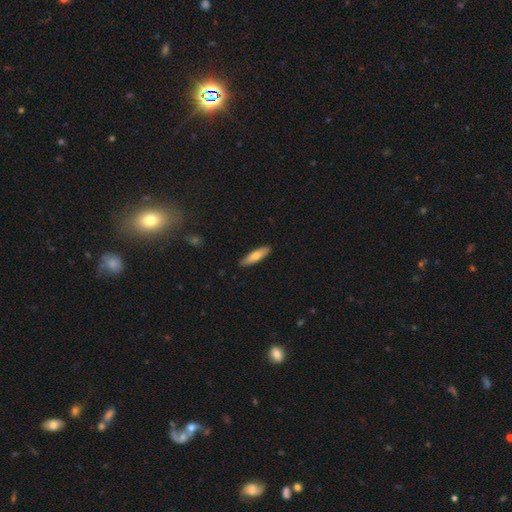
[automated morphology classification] type=smooth (71%); roundness=cigar-shaped (65%); merging=none (89%).